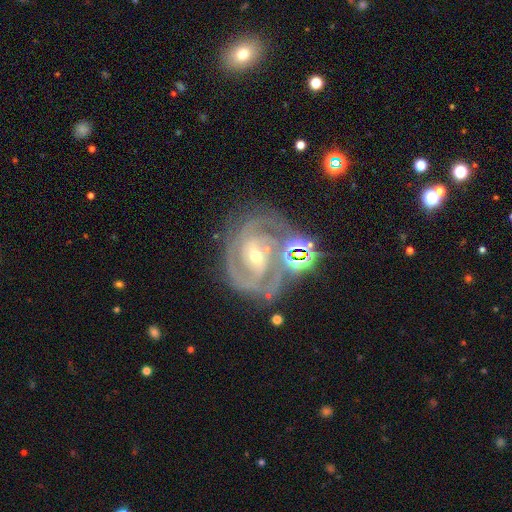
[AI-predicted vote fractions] smooth_or_featured: featured or disk (p=0.89) [alt: star or artifact p=0.07]
disk_edge_on: no (p=0.97) [alt: yes p=0.03]
bar: weak (p=0.41) [alt: strong p=0.33]
has_spiral_arms: yes (p=0.97) [alt: no p=0.03]
spiral_winding: tight (p=0.63) [alt: medium p=0.32]
spiral_arm_count: 2 (p=0.51) [alt: 3 p=0.24]
bulge_size: small (p=0.56) [alt: moderate p=0.40]
merging: none (p=0.64) [alt: minor disturbance p=0.18]